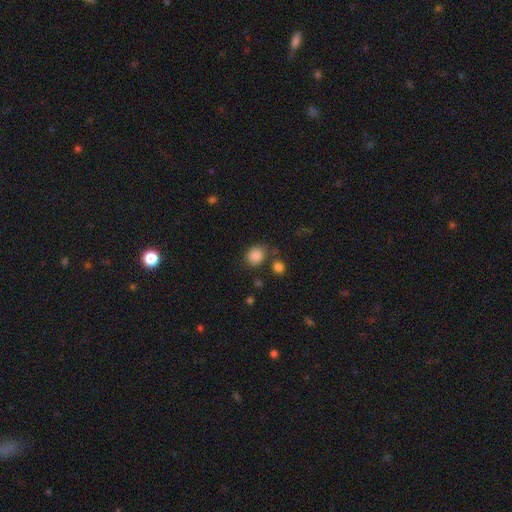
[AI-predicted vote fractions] A smooth galaxy with no disk features (86%) that is round (70%). Merging: none (72%).